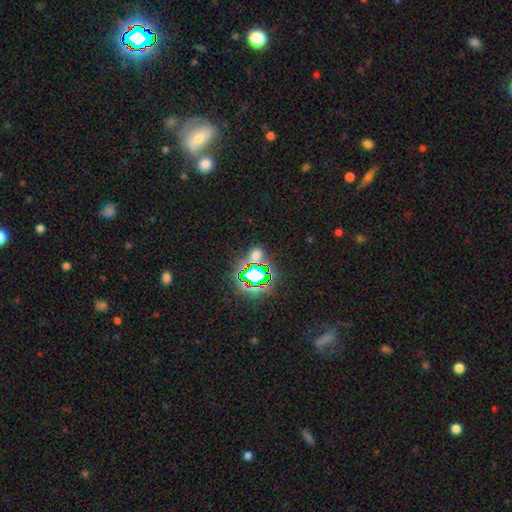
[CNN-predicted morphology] smooth_or_featured: star or artifact (p=0.57) [alt: smooth p=0.35]